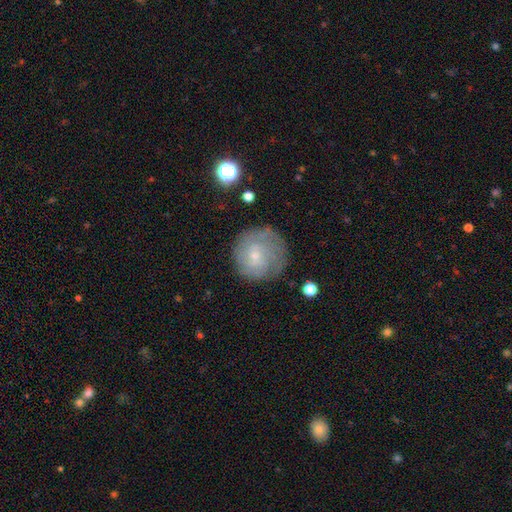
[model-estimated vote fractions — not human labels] smooth-or-featured: featured or disk: 57% | smooth: 34% | star or artifact: 9%
  disk-edge-on: no: 97% | yes: 3%
    bar: no: 72% | weak: 25% | strong: 3%
    has-spiral-arms: yes: 83% | no: 17%
    bulge-size: small: 78% | moderate: 15% | none: 4% | large: 1% | dominant: 1%
  merging: none: 71% | minor disturbance: 18% | major disturbance: 9% | merger: 2%